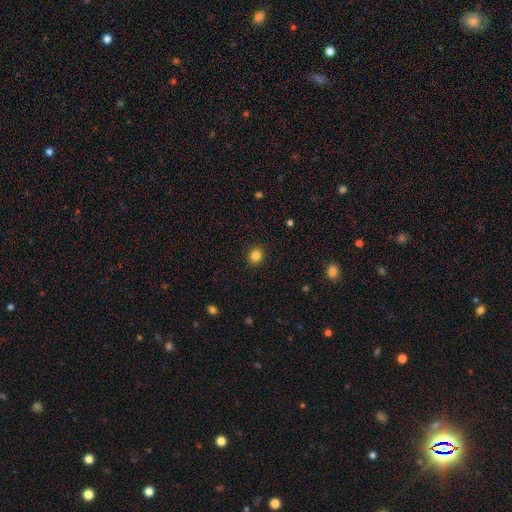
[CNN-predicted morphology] Q: Smooth or featured?
A: smooth (84%); runner-up: star or artifact (12%)
Q: How rounded?
A: round (81%); runner-up: in between (18%)
Q: Merging?
A: none (91%); runner-up: minor disturbance (6%)